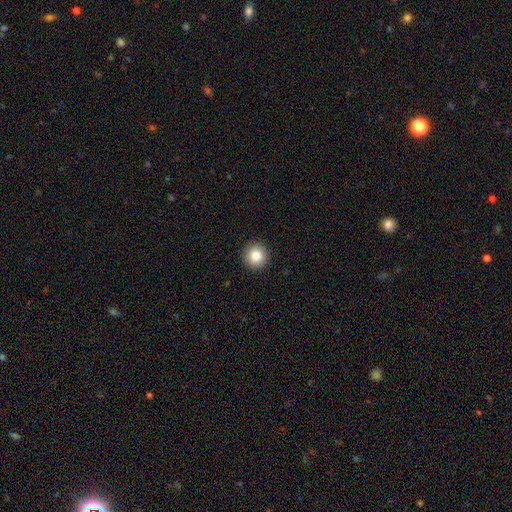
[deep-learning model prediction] The model was most divided on "smooth or featured": smooth: 86%, star or artifact: 9%, featured or disk: 5%. More confident: how rounded — round (95%); merging — none (92%).